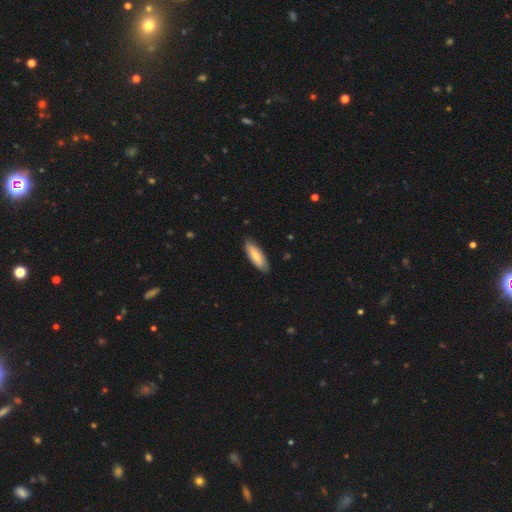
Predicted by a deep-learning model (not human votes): Smooth or featured? smooth (68%)
How rounded? in between (59%)
Merging? none (84%)